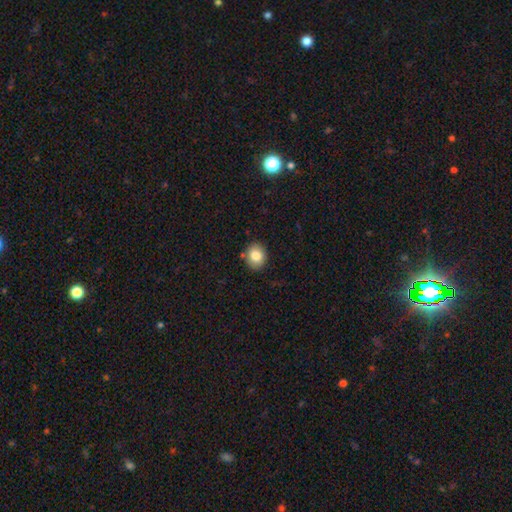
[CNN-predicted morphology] The model was most divided on "how rounded": round: 58%, in between: 41%, cigar-shaped: 1%. More confident: merging — none (86%); smooth or featured — smooth (83%).